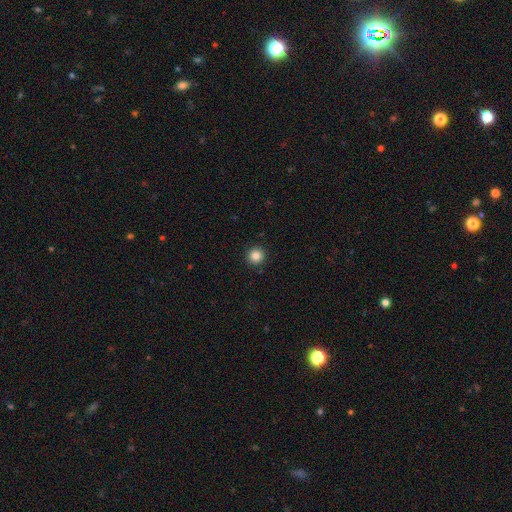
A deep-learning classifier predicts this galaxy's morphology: type=smooth (85%); roundness=round (94%); merging=none (92%).